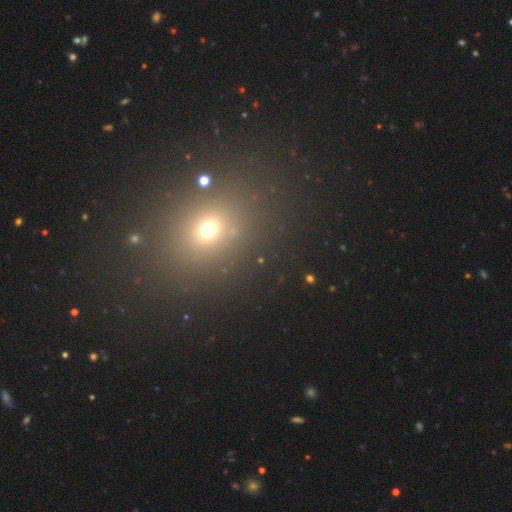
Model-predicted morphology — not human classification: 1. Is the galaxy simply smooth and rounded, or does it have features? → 54% smooth, 36% star or artifact, 10% featured or disk.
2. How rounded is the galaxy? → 55% round, 44% in between, 2% cigar-shaped.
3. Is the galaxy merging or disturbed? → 87% none, 8% minor disturbance, 3% major disturbance, 2% merger.